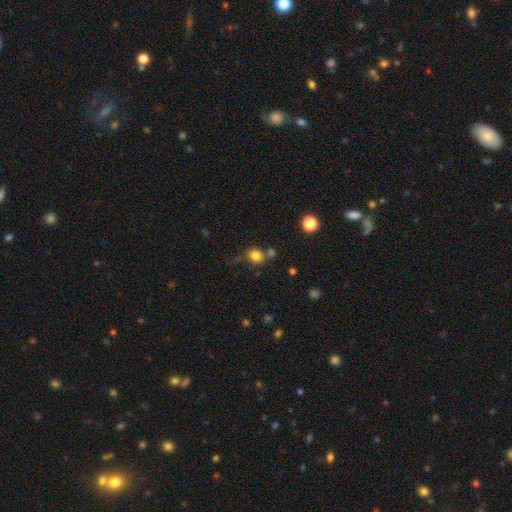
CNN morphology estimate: A smooth galaxy with no disk features (81%) that is round (69%). Merging: none (65%).